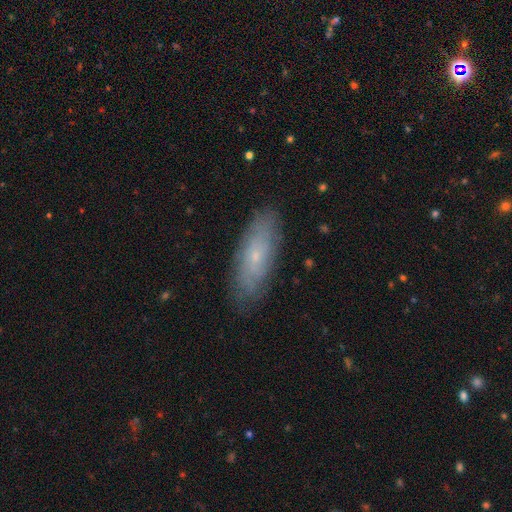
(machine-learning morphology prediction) A featured or disk galaxy (48%). Merging: none (81%).